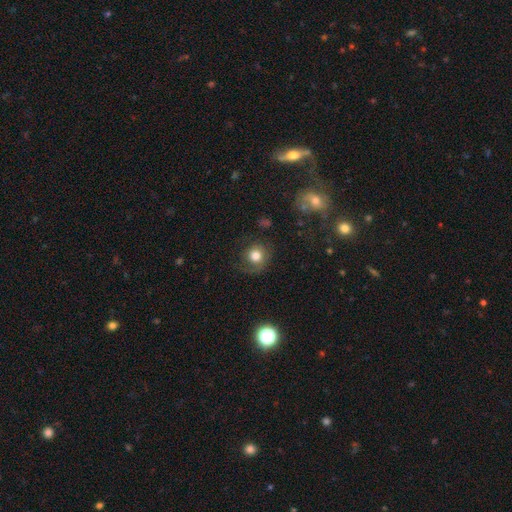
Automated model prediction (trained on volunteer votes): Q: Smooth or featured?
A: smooth (69%); runner-up: featured or disk (21%)
Q: How rounded?
A: round (83%); runner-up: in between (16%)
Q: Merging?
A: none (59%); runner-up: minor disturbance (20%)